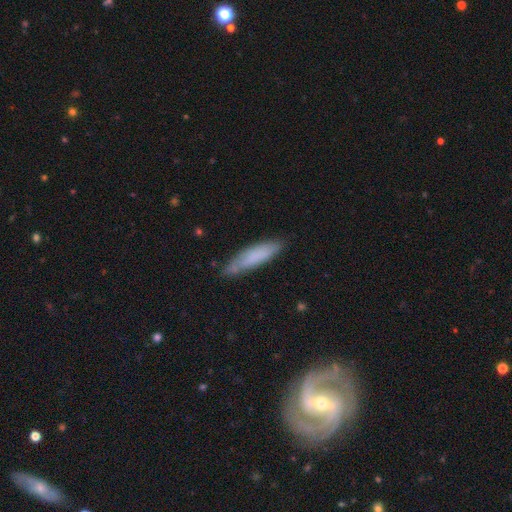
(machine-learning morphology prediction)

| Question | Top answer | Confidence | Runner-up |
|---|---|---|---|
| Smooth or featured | smooth | 74% | featured or disk (20%) |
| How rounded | cigar-shaped | 74% | in between (24%) |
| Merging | none | 74% | minor disturbance (20%) |